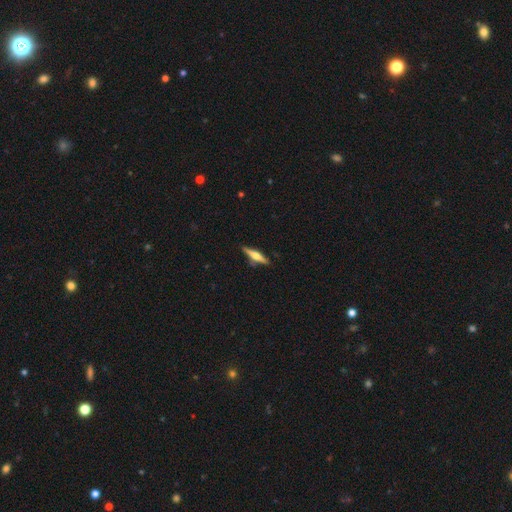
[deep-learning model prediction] smooth_or_featured: featured or disk (p=0.63) [alt: smooth p=0.31]
disk_edge_on: yes (p=0.97) [alt: no p=0.03]
edge_on_bulge: rounded (p=0.85) [alt: boxy p=0.11]
merging: none (p=0.86) [alt: minor disturbance p=0.10]